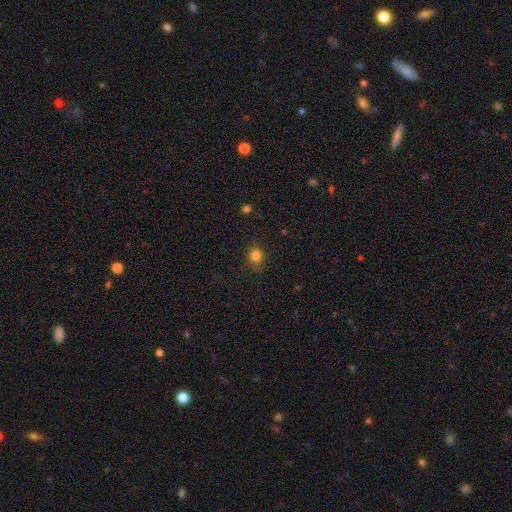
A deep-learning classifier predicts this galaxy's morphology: smooth_or_featured: smooth (p=0.83) [alt: star or artifact p=0.12]
how_rounded: round (p=0.65) [alt: in between p=0.34]
merging: none (p=0.82) [alt: minor disturbance p=0.14]